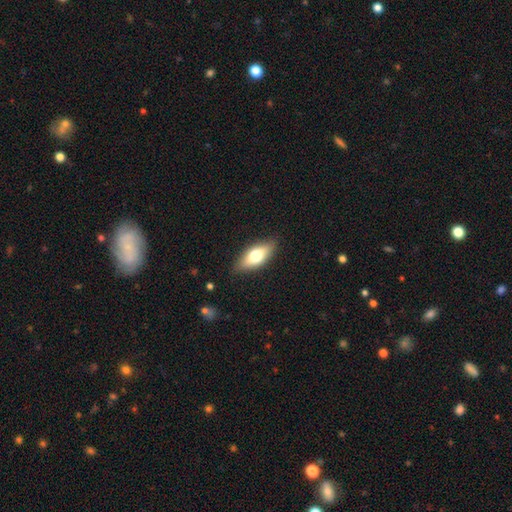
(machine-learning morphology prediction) type=smooth (64%); roundness=in between (78%); merging=none (85%).